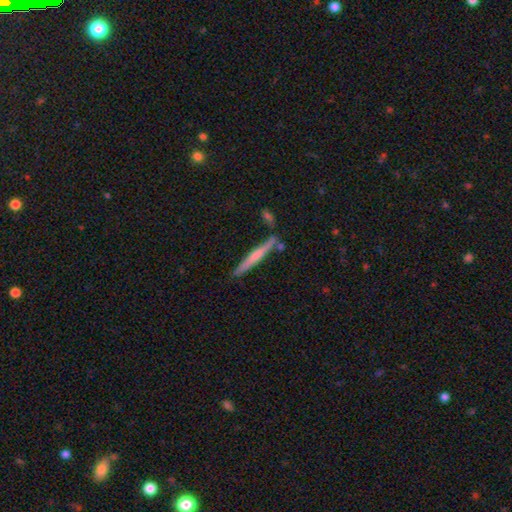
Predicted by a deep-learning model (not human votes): Smooth or featured?
  - smooth: 48% *
  - featured or disk: 46%
  - star or artifact: 6%
Merging?
  - none: 79% *
  - minor disturbance: 11%
  - merger: 7%
  - major disturbance: 3%